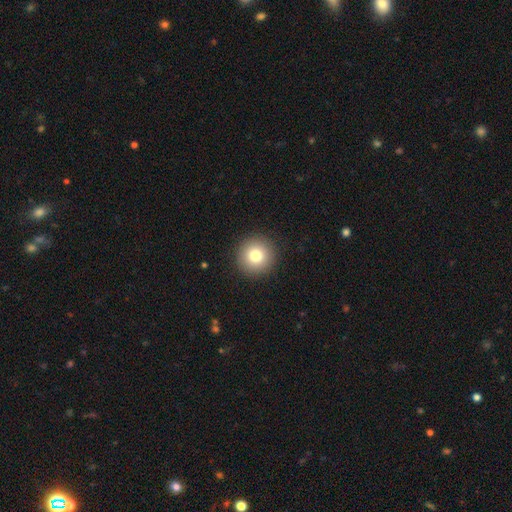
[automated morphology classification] Smooth or featured? Predicted: smooth (p=0.80). How rounded? Predicted: round (p=0.96). Merging? Predicted: none (p=0.93).